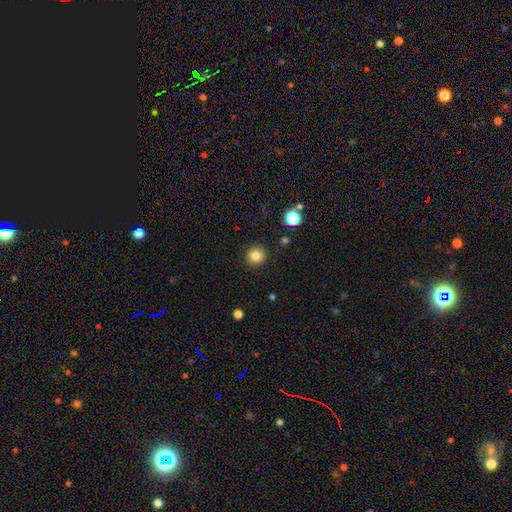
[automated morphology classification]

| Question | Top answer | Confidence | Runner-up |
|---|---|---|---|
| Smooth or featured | smooth | 83% | star or artifact (12%) |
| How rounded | round | 93% | in between (6%) |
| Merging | none | 92% | minor disturbance (5%) |